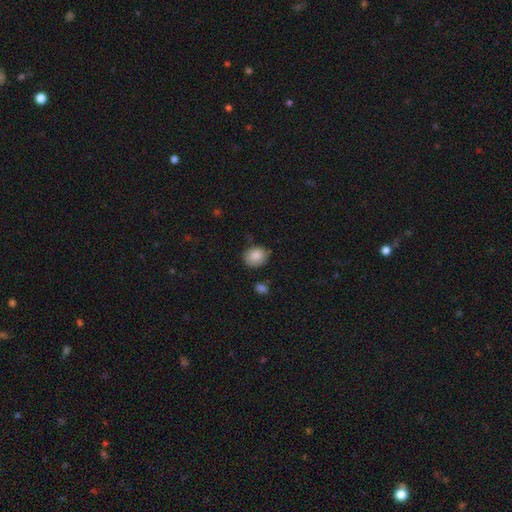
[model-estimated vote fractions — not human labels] A smooth galaxy with no disk features (86%) that is round (66%). Merging: none (74%).